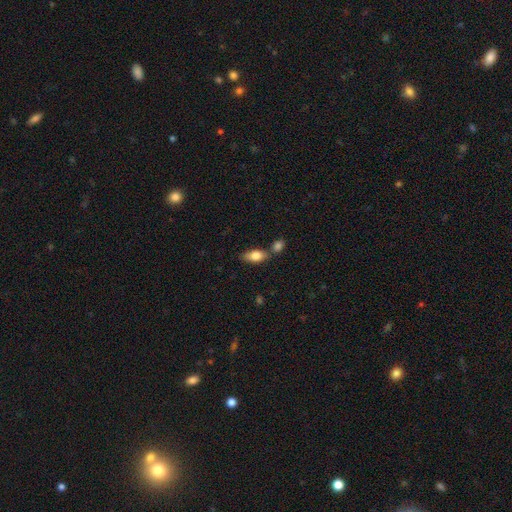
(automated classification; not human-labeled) Overall: smooth (79%). How rounded: in between (85%). Merging: none (57%; merger 26%).